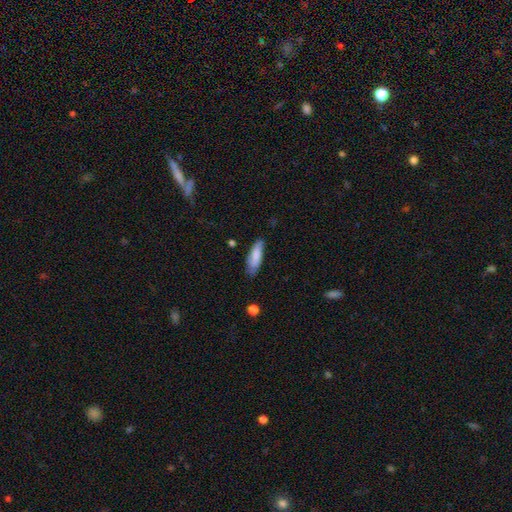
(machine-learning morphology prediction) A smooth galaxy with no disk features (78%) that is in between round and cigar-shaped (53%). Merging: none (67%).